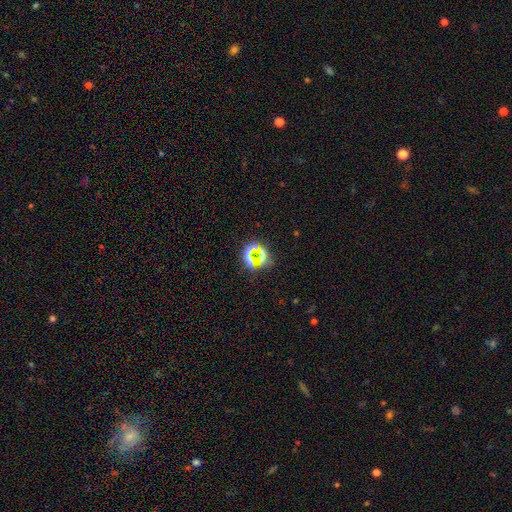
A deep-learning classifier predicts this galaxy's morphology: smooth_or_featured: star or artifact (p=0.66) [alt: smooth p=0.24]